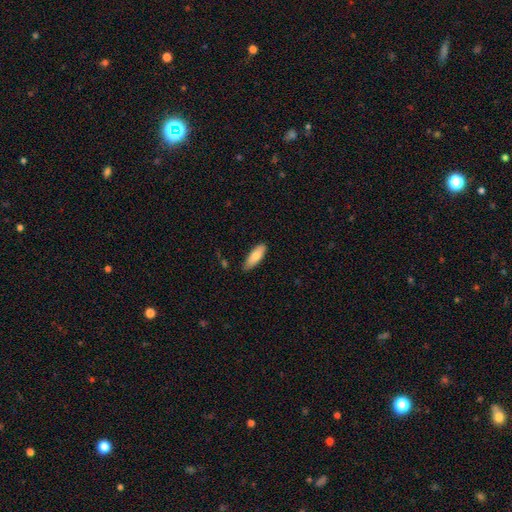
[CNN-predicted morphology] This is likely a smooth galaxy (79%). How rounded: likely in between (60%). Merging: clearly none (84%).